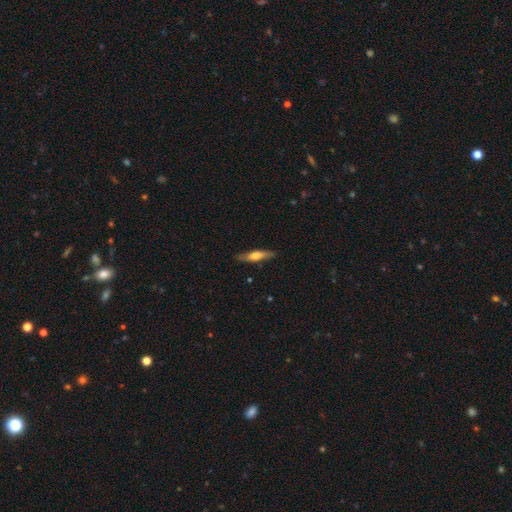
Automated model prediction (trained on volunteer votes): A smooth galaxy with no disk features (50%).

Vote fractions:
- Smooth or featured? smooth: 50% / featured or disk: 45% / star or artifact: 6%
- Merging? none: 85% / minor disturbance: 12% / major disturbance: 2% / merger: 1%